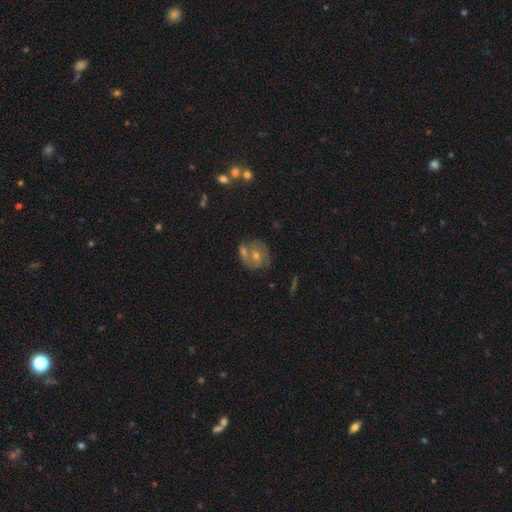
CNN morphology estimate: The model was most divided on "smooth or featured": featured or disk: 52%, smooth: 32%, star or artifact: 16%. More confident: edge-on disk — no (95%); merging — none (61%).